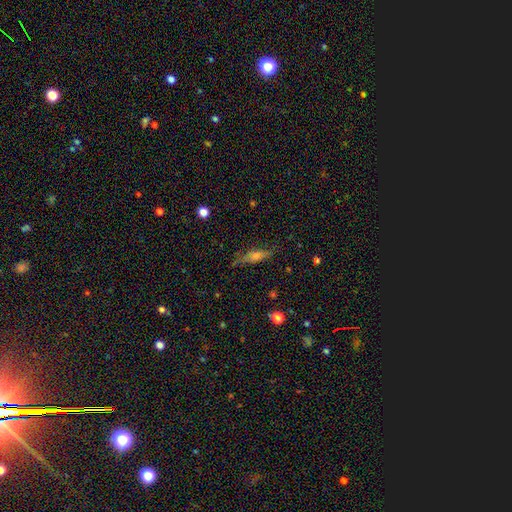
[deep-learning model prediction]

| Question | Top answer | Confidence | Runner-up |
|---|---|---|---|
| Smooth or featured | featured or disk | 49% | smooth (36%) |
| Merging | none | 76% | minor disturbance (16%) |